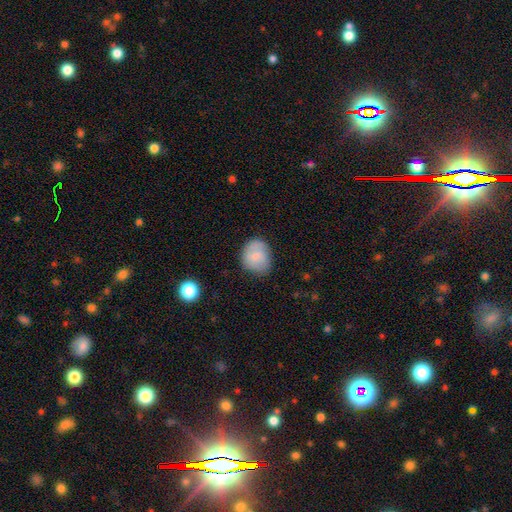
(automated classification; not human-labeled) Smooth or featured: smooth — 75% (featured or disk — 17%)
How rounded: round — 68% (in between — 31%)
Merging: none — 70% (minor disturbance — 22%)